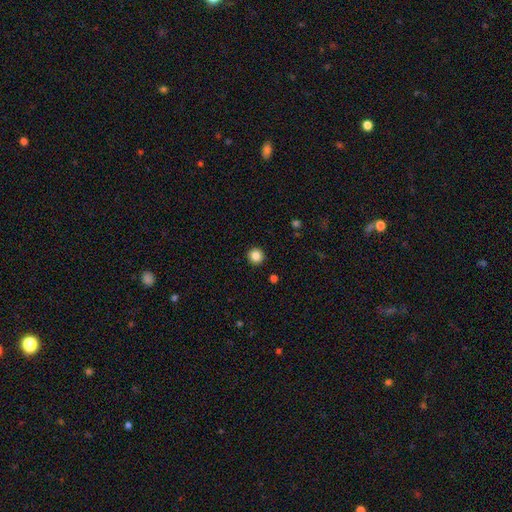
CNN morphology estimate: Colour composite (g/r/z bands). It shows a smooth galaxy with no disk features (85%) that is round (95%). Merging: none (92%).